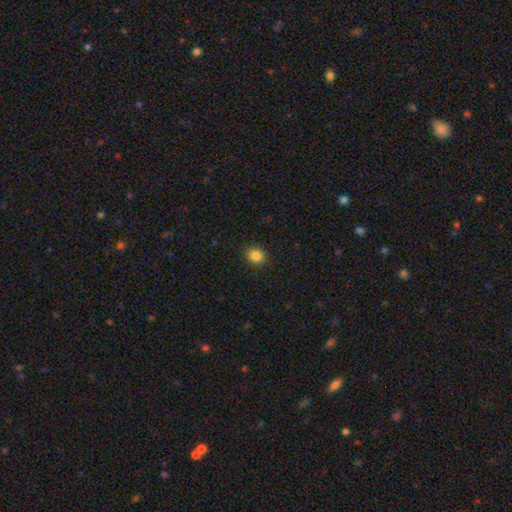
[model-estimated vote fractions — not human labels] The model was most divided on "how rounded": round: 75%, in between: 24%, cigar-shaped: 1%. More confident: merging — none (91%); smooth or featured — smooth (85%).